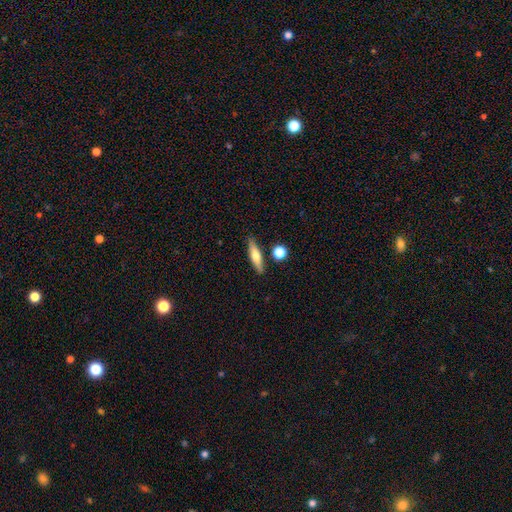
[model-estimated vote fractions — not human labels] Q: Smooth or featured?
A: smooth (56%); runner-up: featured or disk (37%)
Q: How rounded?
A: cigar-shaped (72%); runner-up: in between (24%)
Q: Merging?
A: none (83%); runner-up: minor disturbance (9%)